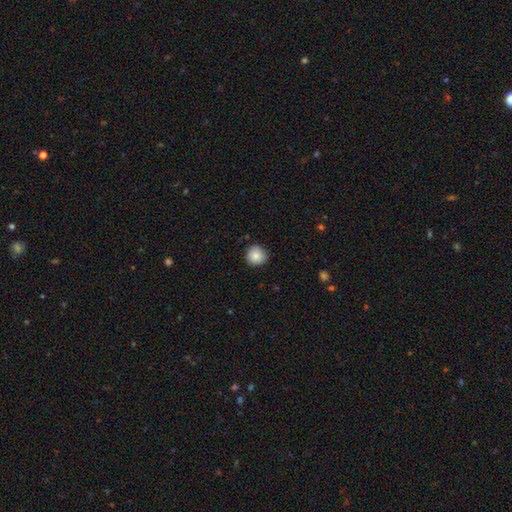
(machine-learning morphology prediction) A smooth galaxy with no disk features (85%) that is round (92%).

Vote fractions:
- Smooth or featured? smooth: 85% / star or artifact: 9% / featured or disk: 6%
- How rounded? round: 92% / in between: 7% / cigar-shaped: 1%
- Merging? none: 85% / minor disturbance: 12% / major disturbance: 2% / merger: 1%